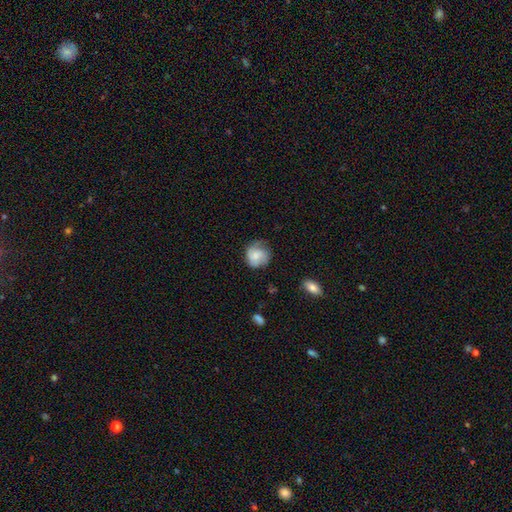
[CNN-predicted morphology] type=smooth (66%); roundness=round (79%); merging=none (58%).